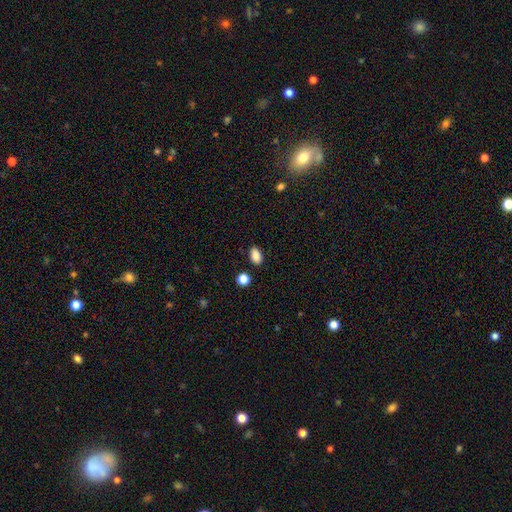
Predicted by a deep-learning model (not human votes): smooth 88%, star or artifact 9%, featured or disk 4%. Down the decision tree: how rounded — in between (89%); merging — none (86%).